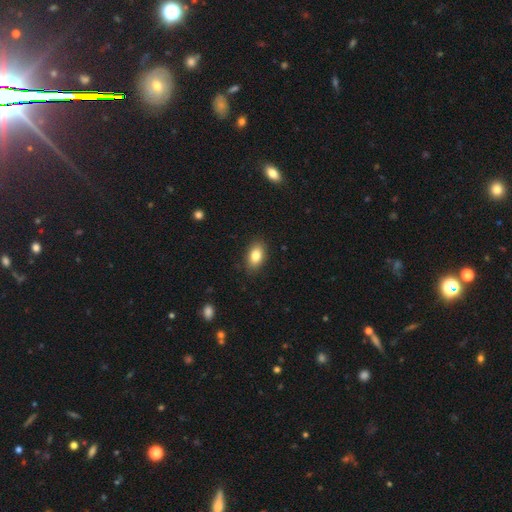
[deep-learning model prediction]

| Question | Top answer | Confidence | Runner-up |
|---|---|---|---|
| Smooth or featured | smooth | 83% | featured or disk (9%) |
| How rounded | in between | 88% | round (9%) |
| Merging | none | 87% | minor disturbance (10%) |